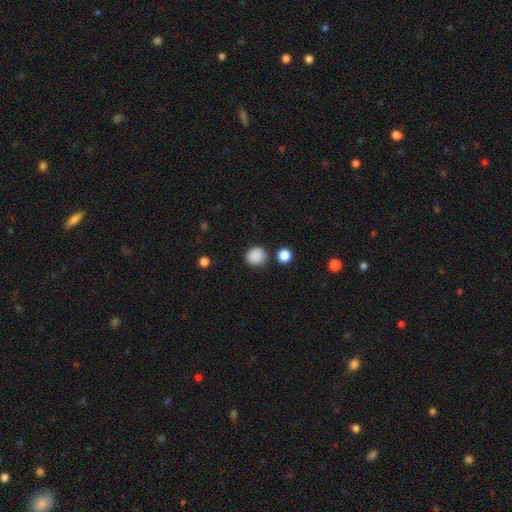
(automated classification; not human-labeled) This appears to be a smooth galaxy with no disk features (88%) that is round (84%). Merging: none (85%).